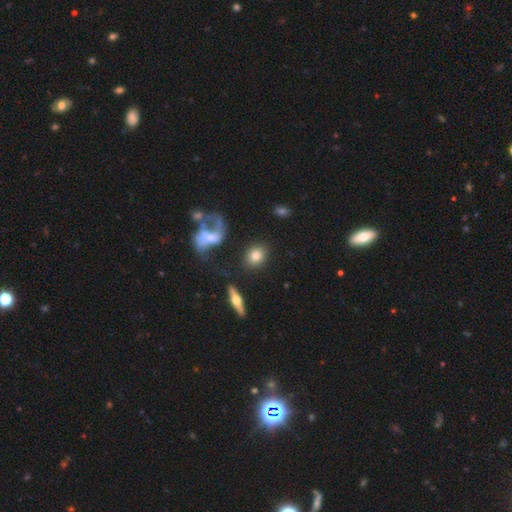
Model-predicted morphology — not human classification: This is likely a smooth galaxy (74%). How rounded: likely round (63%). Merging: clearly none (80%).